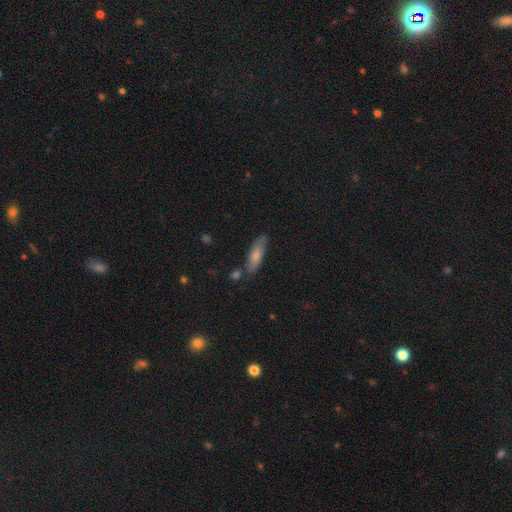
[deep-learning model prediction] This appears to be a smooth galaxy with no disk features (70%) that is cigar-shaped (58%). Merging: none (71%).